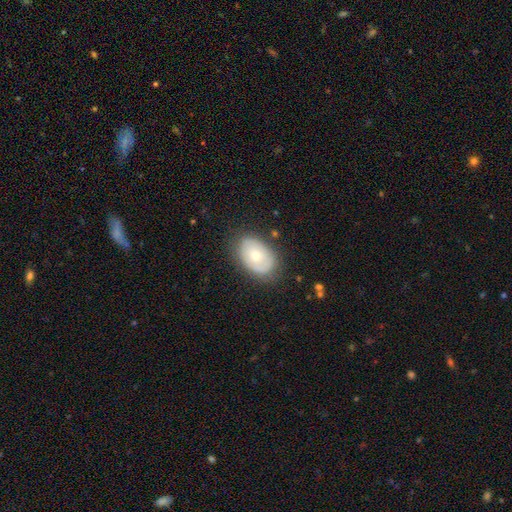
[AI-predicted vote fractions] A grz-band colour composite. It shows a smooth galaxy with no disk features (53%) that is in between round and cigar-shaped (83%). Merging: none (78%).